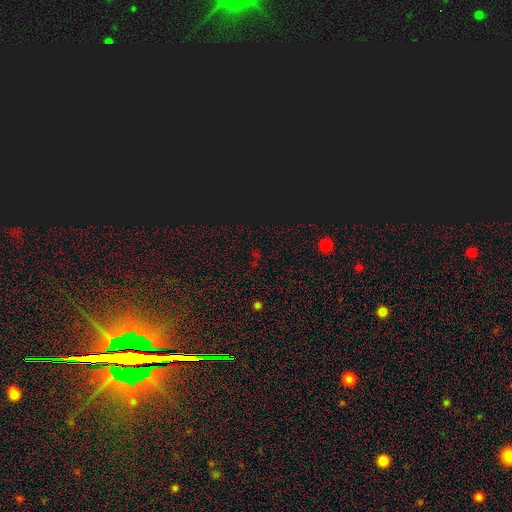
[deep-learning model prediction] This appears to be a star or artifact, not a galaxy (69%).